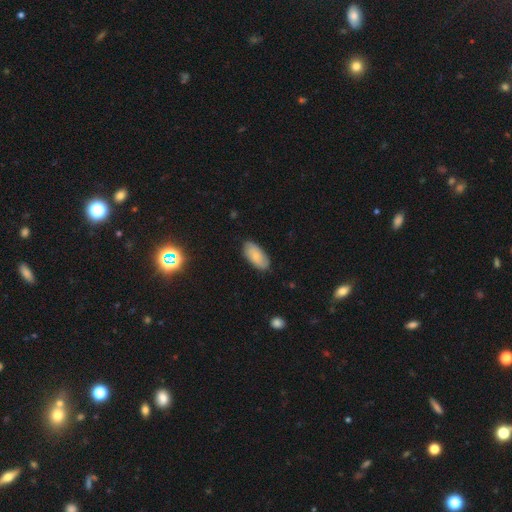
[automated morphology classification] Smooth or featured?
  - smooth: 71% *
  - featured or disk: 22%
  - star or artifact: 7%
How rounded?
  - in between: 92% *
  - cigar-shaped: 5%
  - round: 2%
Merging?
  - none: 83% *
  - minor disturbance: 14%
  - major disturbance: 2%
  - merger: 1%